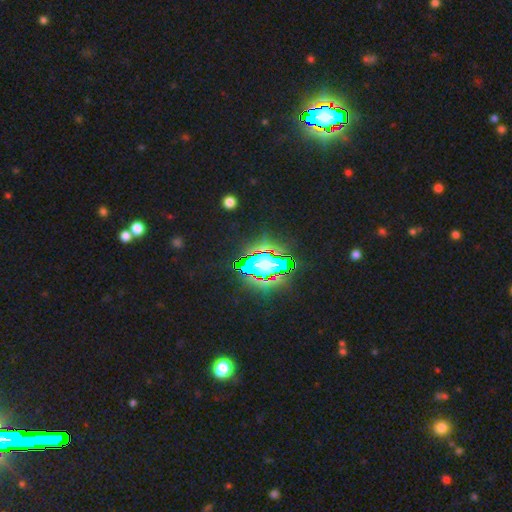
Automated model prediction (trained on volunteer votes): smooth_or_featured: star or artifact (p=0.75) [alt: smooth p=0.14]